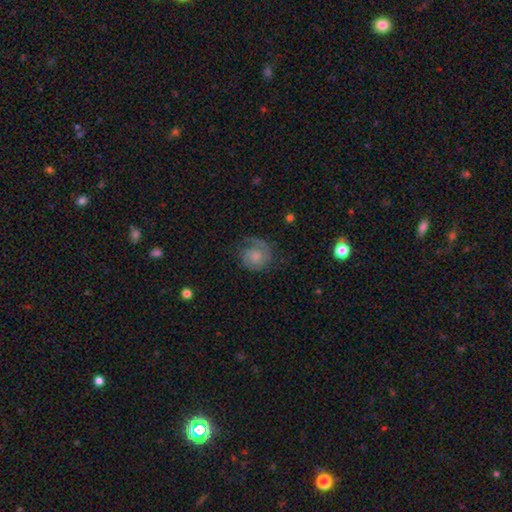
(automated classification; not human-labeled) smooth_or_featured: featured or disk (p=0.77) [alt: smooth p=0.16]
disk_edge_on: no (p=0.98) [alt: yes p=0.02]
bar: no (p=0.70) [alt: weak p=0.27]
has_spiral_arms: yes (p=0.96) [alt: no p=0.04]
spiral_winding: tight (p=0.49) [alt: medium p=0.39]
spiral_arm_count: 2 (p=0.67) [alt: 1 p=0.17]
bulge_size: small (p=0.45) [alt: moderate p=0.29]
merging: none (p=0.66) [alt: minor disturbance p=0.20]